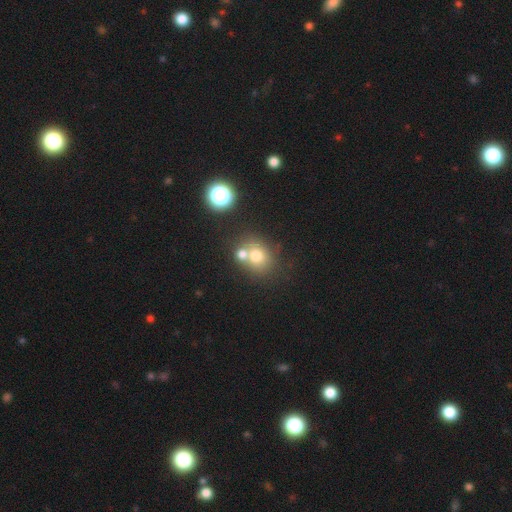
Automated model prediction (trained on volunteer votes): Smooth or featured: smooth — 72% (star or artifact — 14%)
How rounded: round — 74% (in between — 25%)
Merging: none — 44% (tied with merger — 44%)